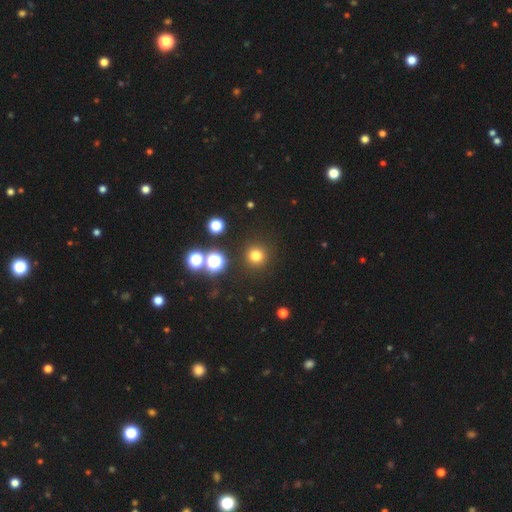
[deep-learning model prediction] smooth-or-featured: smooth: 76% | star or artifact: 19% | featured or disk: 5%
  how-rounded: round: 95% | in between: 4% | cigar-shaped: 1%
  merging: none: 90% | minor disturbance: 5% | major disturbance: 3% | merger: 2%